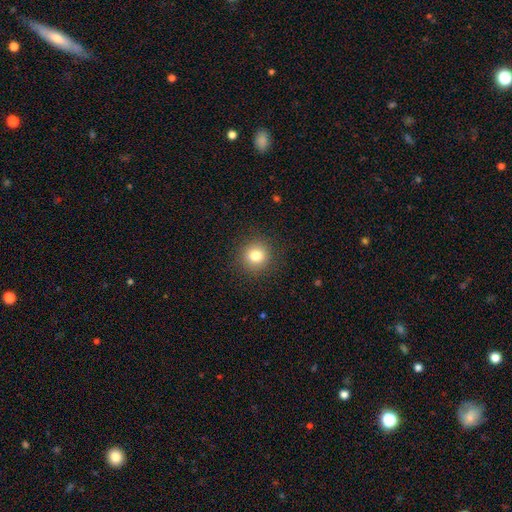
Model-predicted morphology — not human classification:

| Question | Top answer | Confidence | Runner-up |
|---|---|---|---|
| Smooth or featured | smooth | 80% | star or artifact (12%) |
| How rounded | round | 92% | in between (7%) |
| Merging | none | 91% | minor disturbance (6%) |